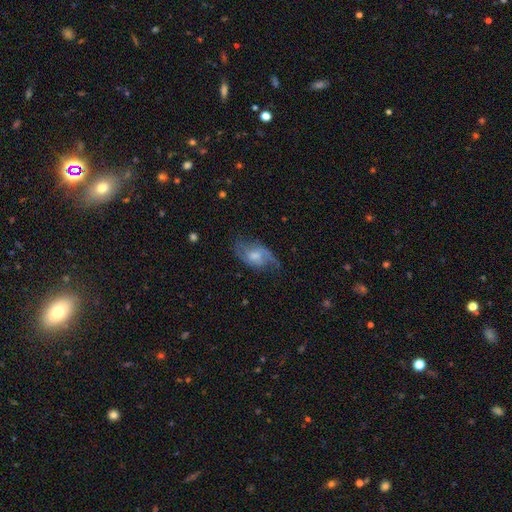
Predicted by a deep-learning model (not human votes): Smooth or featured? Predicted: featured or disk (p=0.65). Edge-on disk? Predicted: no (p=0.94). Bar? Predicted: weak (p=0.47). Spiral arms? Predicted: yes (p=0.87). Spiral winding? Predicted: loose (p=0.49). Spiral arm count? Predicted: 2 (p=0.79). Bulge size? Predicted: moderate (p=0.46). Merging? Predicted: none (p=0.55).